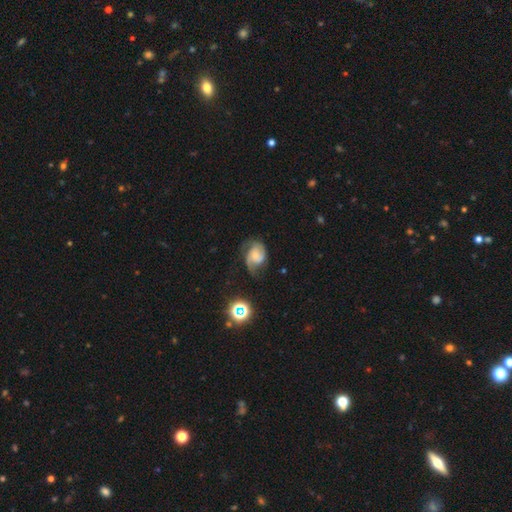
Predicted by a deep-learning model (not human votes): Morphology: type=featured or disk (75%); edge-on=no (98%); bar=no (60%); spiral arms=yes (95%); winding=medium (49%); arm count=2 (77%); bulge=small (50%); merging=none (55%).